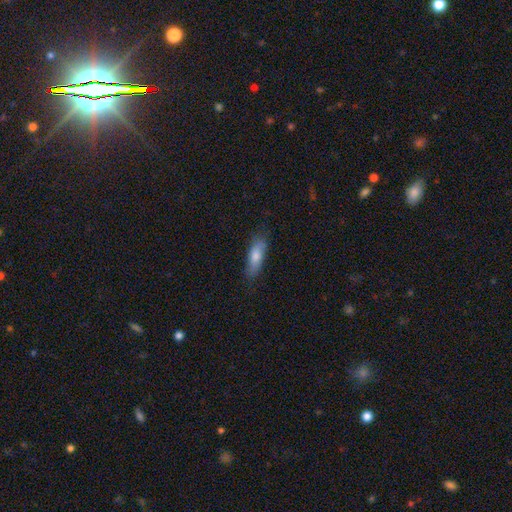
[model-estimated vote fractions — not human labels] A smooth galaxy with no disk features (74%) that is in between round and cigar-shaped (51%). Merging: none (76%).